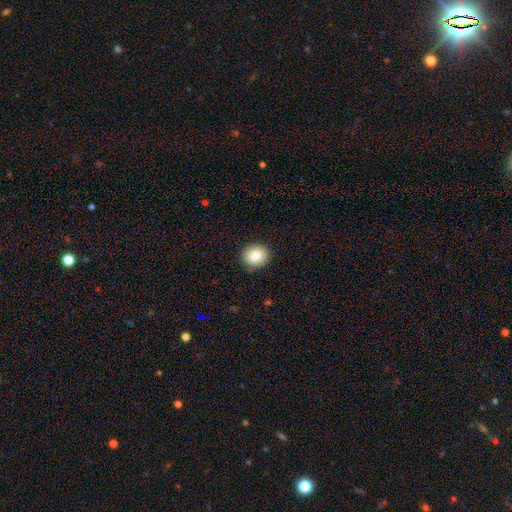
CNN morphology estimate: This is clearly a smooth galaxy (82%). How rounded: clearly round (83%). Merging: clearly none (89%).